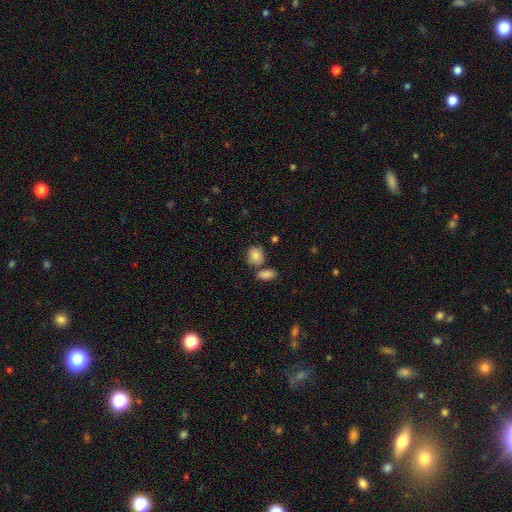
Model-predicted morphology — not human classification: This appears to be a smooth galaxy with no disk features (85%) that is round (61%). Merging: none (62%).